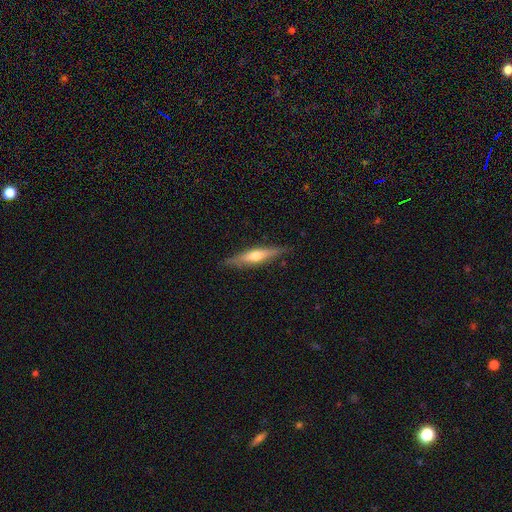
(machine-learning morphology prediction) A featured or disk galaxy (56%) viewed edge-on (94%) with a rounded central bulge (85%).

Vote fractions:
- Smooth or featured? featured or disk: 56% / smooth: 39% / star or artifact: 6%
- Edge-on disk? yes: 94% / no: 6%
- Edge-on bulge? rounded: 85% / none: 9% / boxy: 7%
- Merging? none: 85% / minor disturbance: 11% / major disturbance: 2% / merger: 1%